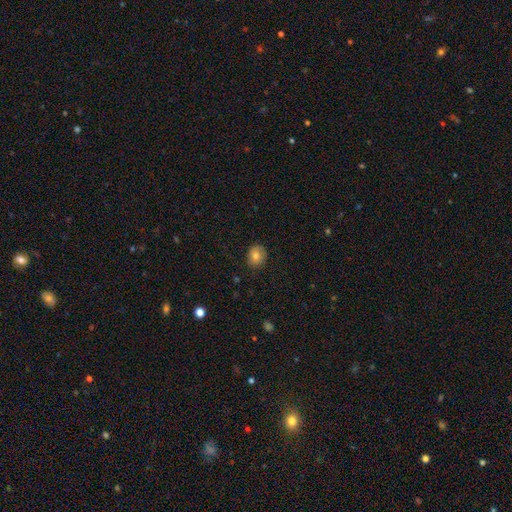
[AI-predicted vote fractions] A smooth galaxy with no disk features (78%) that is round (69%). Merging: none (83%).